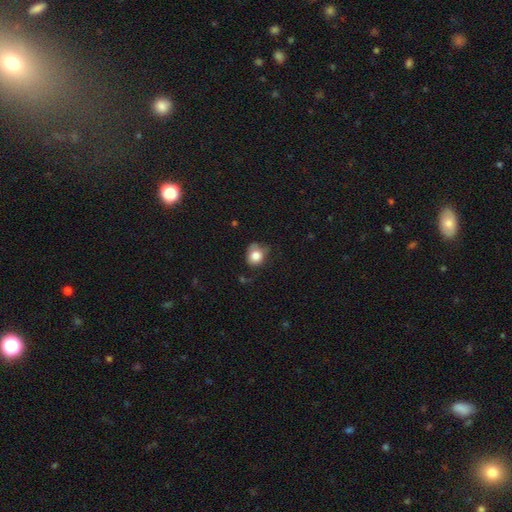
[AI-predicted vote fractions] Q: Smooth or featured?
A: smooth (80%); runner-up: featured or disk (11%)
Q: How rounded?
A: round (69%); runner-up: in between (30%)
Q: Merging?
A: none (52%); runner-up: minor disturbance (34%)